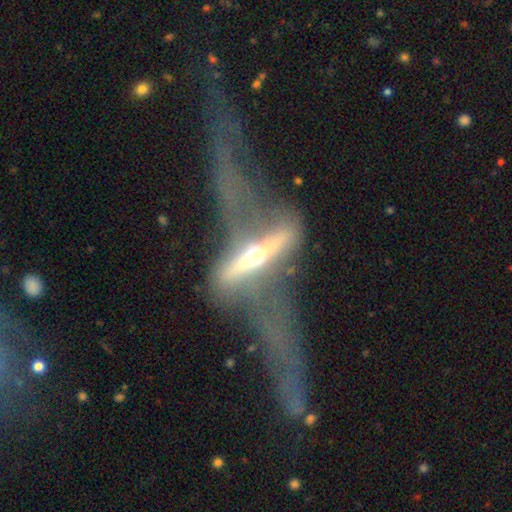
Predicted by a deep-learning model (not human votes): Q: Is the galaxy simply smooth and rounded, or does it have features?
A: featured or disk — 77%.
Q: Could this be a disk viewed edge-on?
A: yes — 70%.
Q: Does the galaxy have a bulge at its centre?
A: rounded — 93%.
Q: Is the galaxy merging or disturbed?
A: major disturbance — 50%.